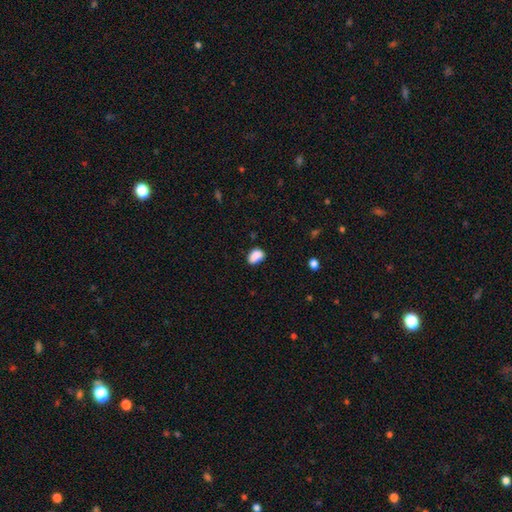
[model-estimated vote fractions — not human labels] Morphology: type=smooth (87%); roundness=in between (82%); merging=none (70%).